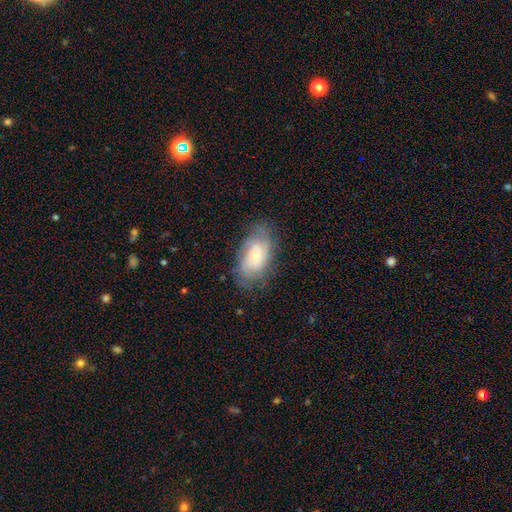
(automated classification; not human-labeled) Overall: featured or disk (57%; smooth 34%). Edge-on disk: no (94%). Bar: no (73%). Spiral arms: yes (83%). Bulge size: small (58%; moderate 32%). Merging: none (70%).